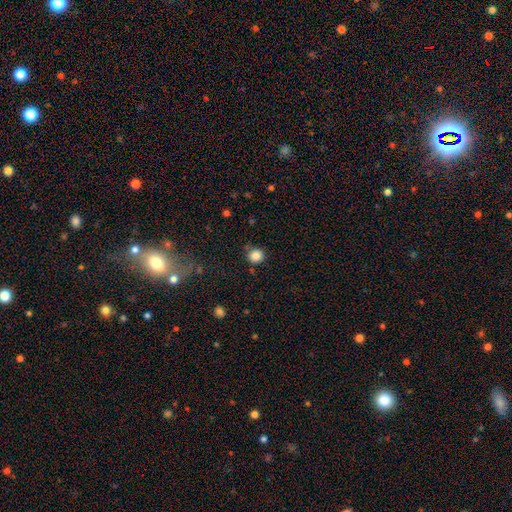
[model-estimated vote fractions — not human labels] A smooth galaxy with no disk features (85%) that is round (91%).

Vote fractions:
- Smooth or featured? smooth: 85% / star or artifact: 11% / featured or disk: 4%
- How rounded? round: 91% / in between: 8% / cigar-shaped: 1%
- Merging? none: 81% / minor disturbance: 12% / merger: 4% / major disturbance: 3%